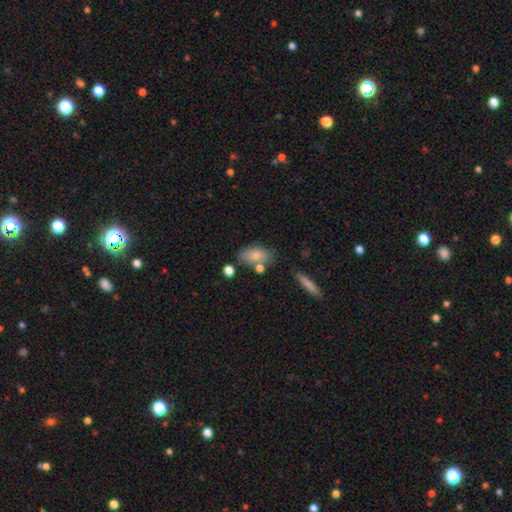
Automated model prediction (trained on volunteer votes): A smooth galaxy with no disk features (78%) that is in between round and cigar-shaped (88%).

Vote fractions:
- Smooth or featured? smooth: 78% / featured or disk: 15% / star or artifact: 7%
- How rounded? in between: 88% / round: 7% / cigar-shaped: 6%
- Merging? none: 59% / minor disturbance: 19% / merger: 15% / major disturbance: 6%